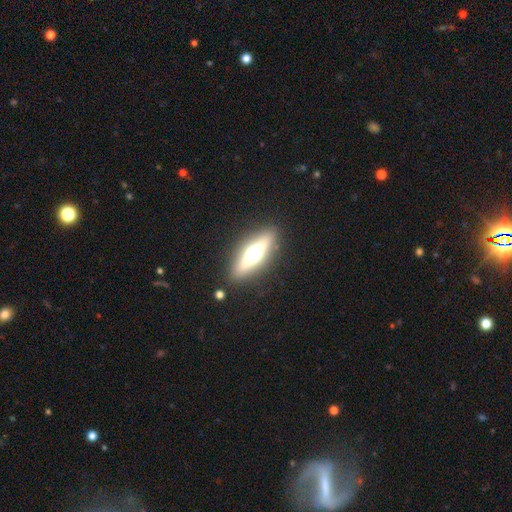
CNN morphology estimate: A featured or disk galaxy (62%) viewed edge-on (90%) with a rounded central bulge (94%). Merging: none (88%).